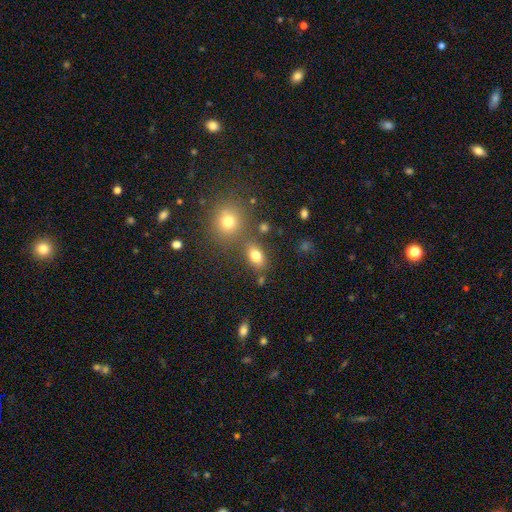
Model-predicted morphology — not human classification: type=smooth (78%); roundness=in between (77%); merging=none (70%).